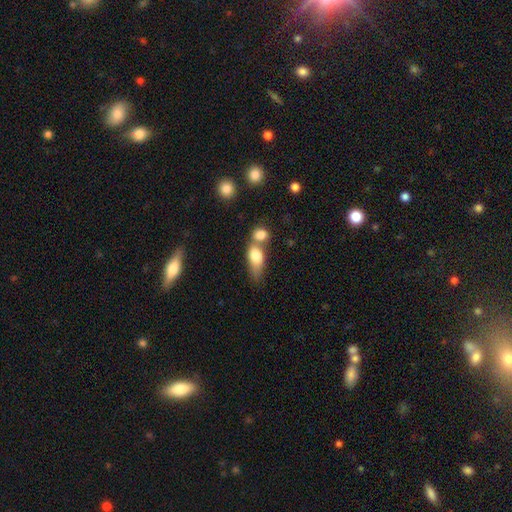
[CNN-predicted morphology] This is likely a smooth galaxy (77%). How rounded: likely in between (76%). Merging: possibly merger (59%).